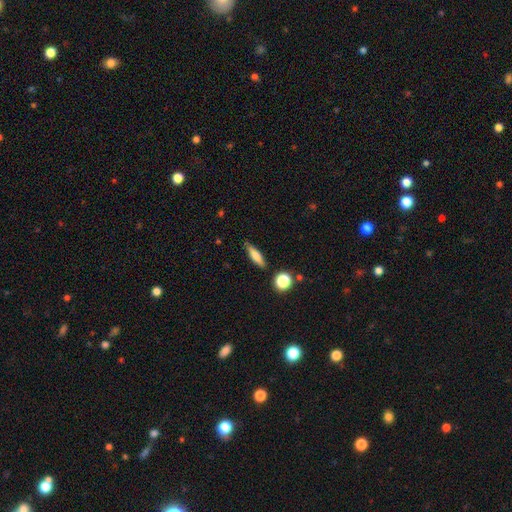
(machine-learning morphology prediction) Smooth or featured? smooth (70%)
How rounded? cigar-shaped (61%)
Merging? none (82%)